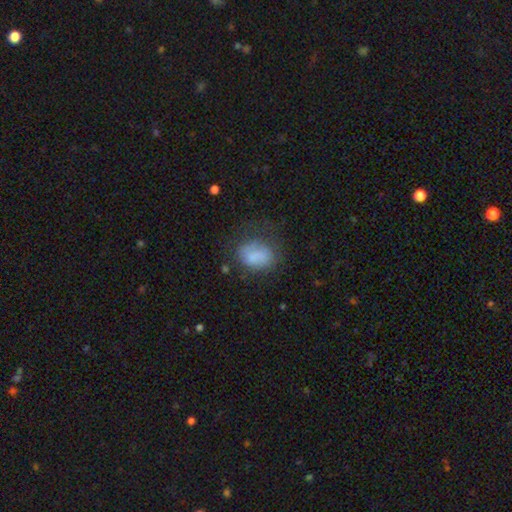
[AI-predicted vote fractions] Smooth or featured: smooth — 74% (featured or disk — 17%)
How rounded: in between — 69% (round — 30%)
Merging: none — 48% (minor disturbance — 27%)